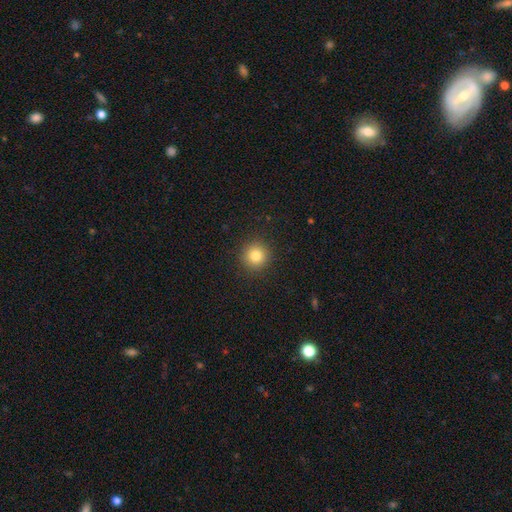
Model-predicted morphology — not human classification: smooth-or-featured: smooth: 81% | star or artifact: 12% | featured or disk: 7%
  how-rounded: round: 94% | in between: 5% | cigar-shaped: 1%
  merging: none: 92% | minor disturbance: 5% | major disturbance: 2% | merger: 1%